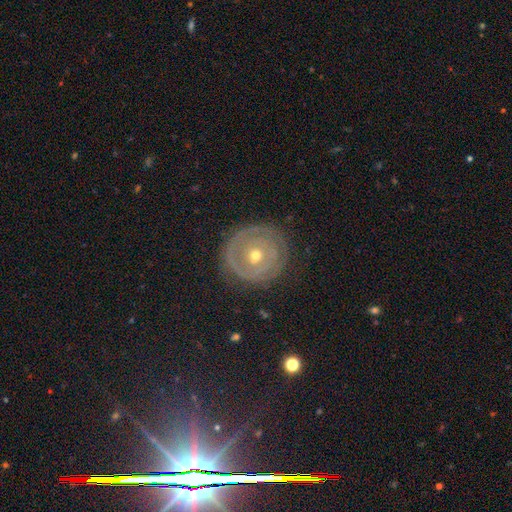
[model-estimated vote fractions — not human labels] Smooth or featured? featured or disk (72%)
Edge-on disk? no (96%)
Bar? no (77%)
Spiral arms? yes (67%)
Bulge size? small (52%)
Merging? none (78%)